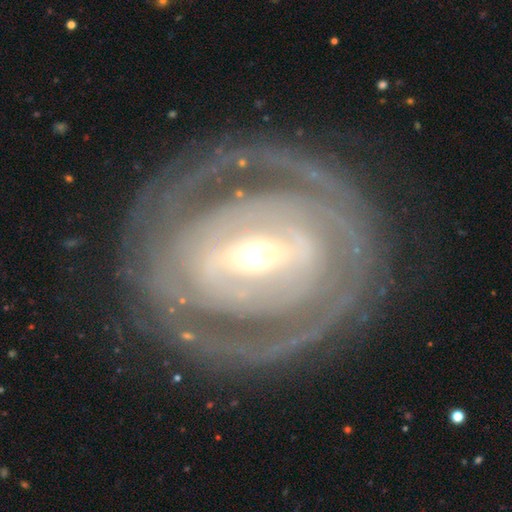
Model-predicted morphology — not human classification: Smooth or featured? featured or disk (84%)
Edge-on disk? no (94%)
Bar? strong (58%)
Spiral arms? yes (73%)
Spiral winding? tight (76%)
Spiral arm count? can't tell (41%)
Bulge size? small (49%)
Merging? none (80%)